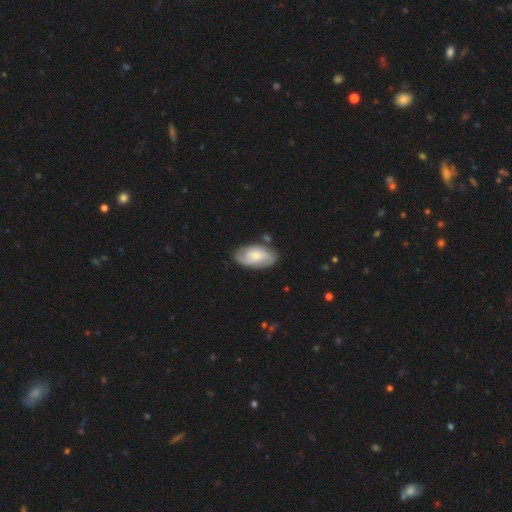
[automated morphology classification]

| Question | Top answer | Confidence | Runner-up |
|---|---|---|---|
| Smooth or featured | featured or disk | 51% | smooth (43%) |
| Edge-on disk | no | 94% | yes (6%) |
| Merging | none | 75% | minor disturbance (17%) |